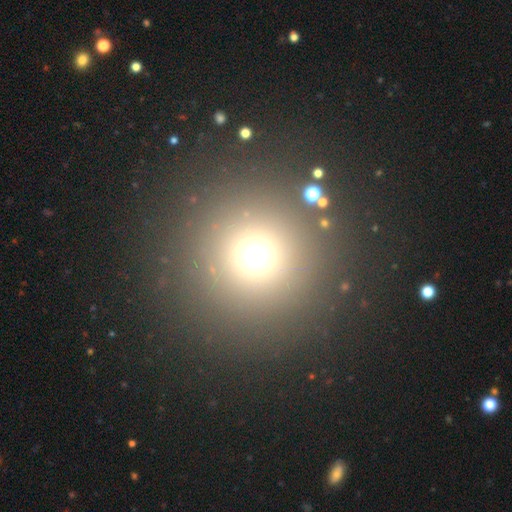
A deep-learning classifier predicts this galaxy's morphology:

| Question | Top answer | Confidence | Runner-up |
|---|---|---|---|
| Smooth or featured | smooth | 64% | star or artifact (28%) |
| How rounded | round | 96% | in between (3%) |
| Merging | none | 88% | minor disturbance (5%) |